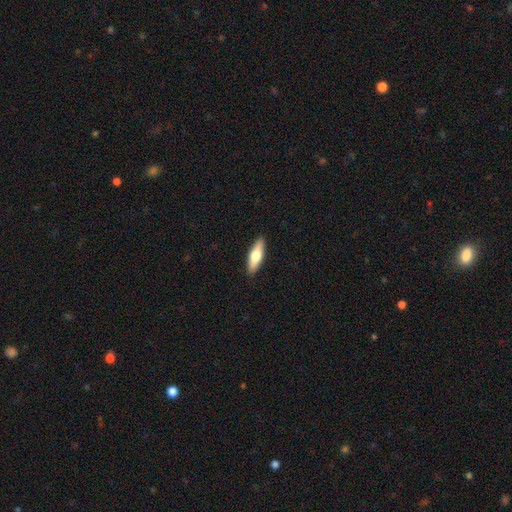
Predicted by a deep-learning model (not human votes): Smooth or featured? Predicted: smooth (p=0.62). How rounded? Predicted: cigar-shaped (p=0.50). Merging? Predicted: none (p=0.91).